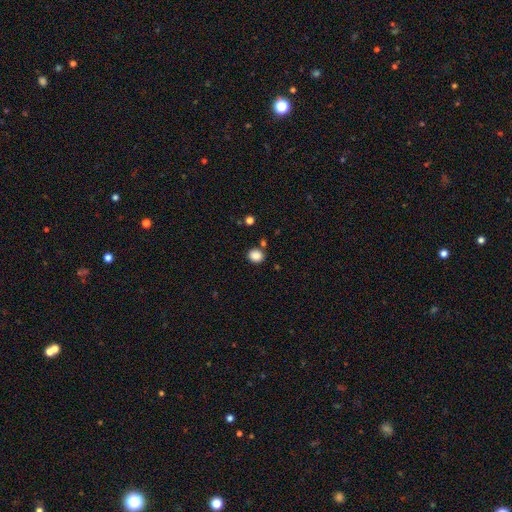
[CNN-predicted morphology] This appears to be a smooth galaxy with no disk features (86%) that is round (72%). Merging: none (81%).